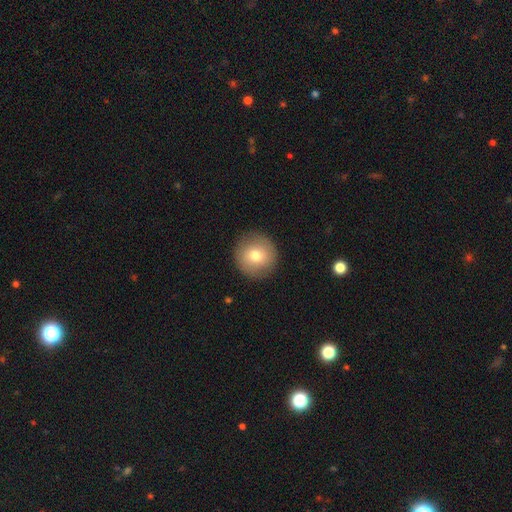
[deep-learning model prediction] This appears to be a smooth galaxy with no disk features (75%) that is round (94%). Merging: none (90%).